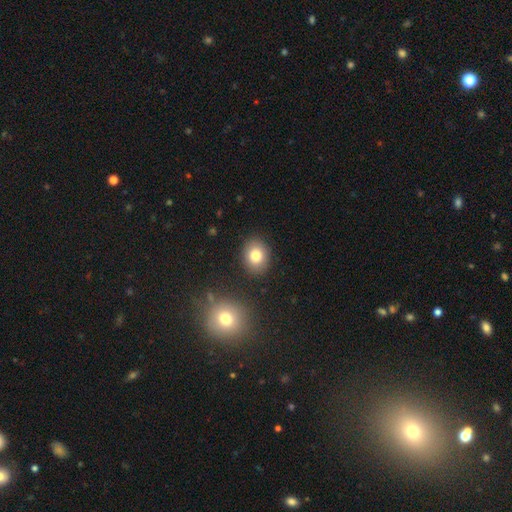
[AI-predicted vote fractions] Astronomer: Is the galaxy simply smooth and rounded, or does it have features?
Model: smooth — 78%.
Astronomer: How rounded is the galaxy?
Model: round — 60% (runner-up: in between, 40%).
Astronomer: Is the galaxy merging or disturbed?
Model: none — 87%.